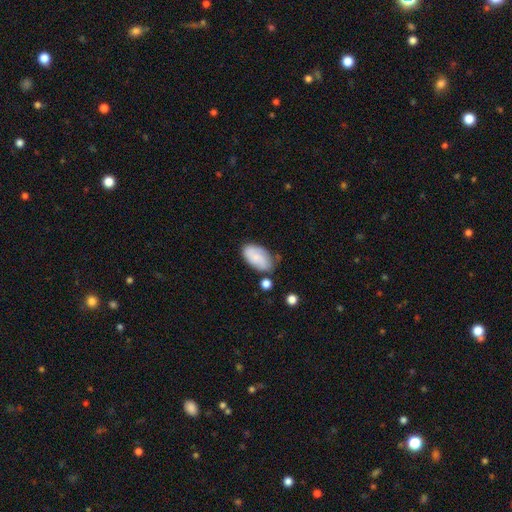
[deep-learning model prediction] Morphology: type=smooth (65%); roundness=in between (93%); merging=none (60%).